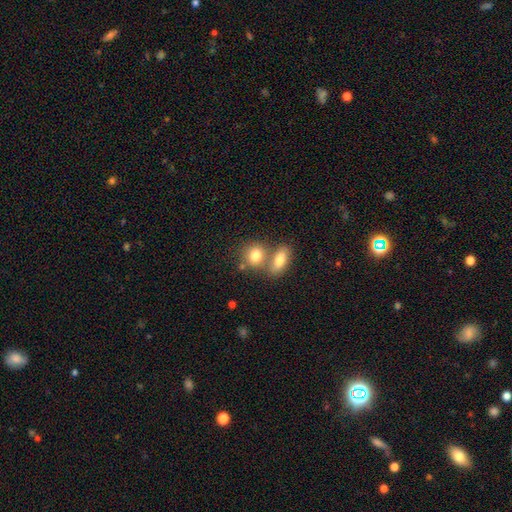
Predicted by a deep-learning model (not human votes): smooth_or_featured: smooth (p=0.80) [alt: featured or disk p=0.12]
how_rounded: round (p=0.53) [alt: in between p=0.45]
merging: merger (p=0.46) [alt: none p=0.42]